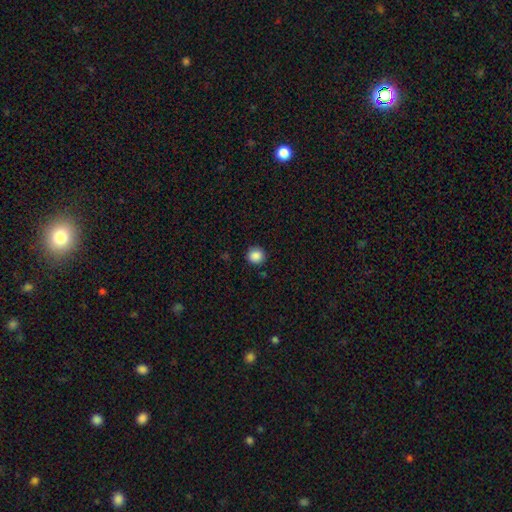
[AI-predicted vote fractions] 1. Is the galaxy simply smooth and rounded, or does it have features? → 88% smooth, 10% star or artifact, 3% featured or disk.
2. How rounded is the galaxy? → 91% round, 8% in between, 1% cigar-shaped.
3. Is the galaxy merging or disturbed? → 90% none, 6% minor disturbance, 2% major disturbance, 1% merger.